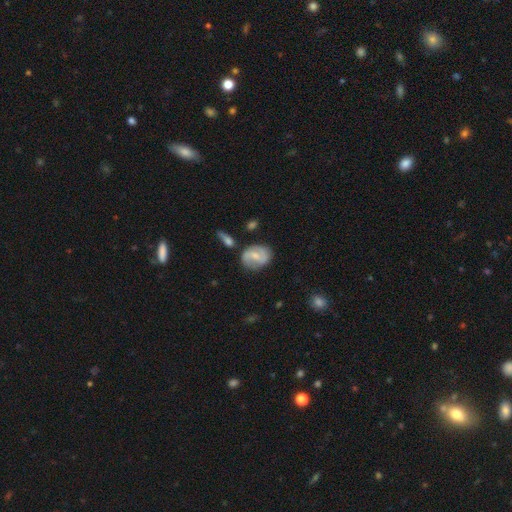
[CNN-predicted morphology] A featured or disk galaxy (64%) with a weak bar (50%), 2 (84%) medium (46%) spiral arms (87%) and a small central bulge (50%). Merging: none (71%).